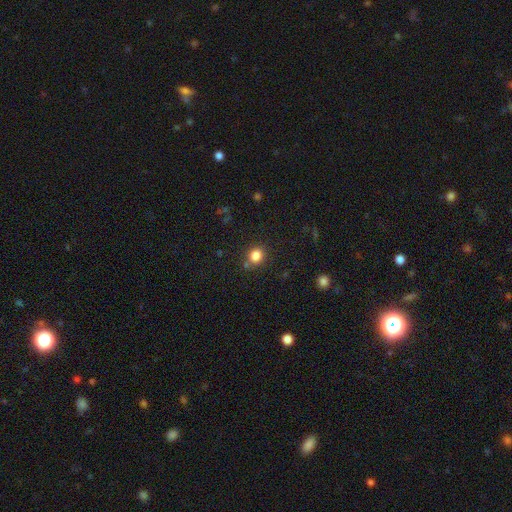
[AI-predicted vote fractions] Smooth or featured? Predicted: smooth (p=0.83). How rounded? Predicted: round (p=0.73). Merging? Predicted: none (p=0.79).